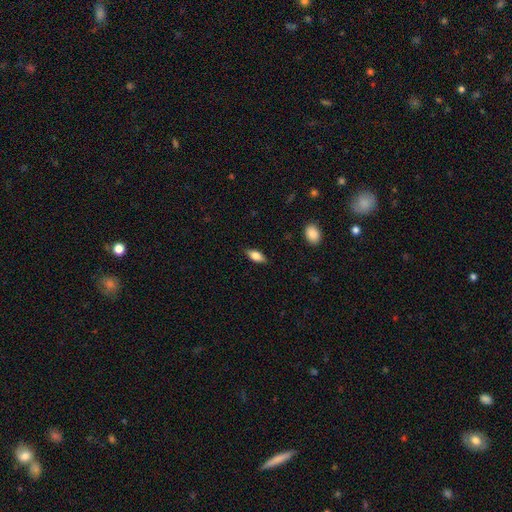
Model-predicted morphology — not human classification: Overall: smooth (69%). How rounded: in between (80%). Merging: none (85%).